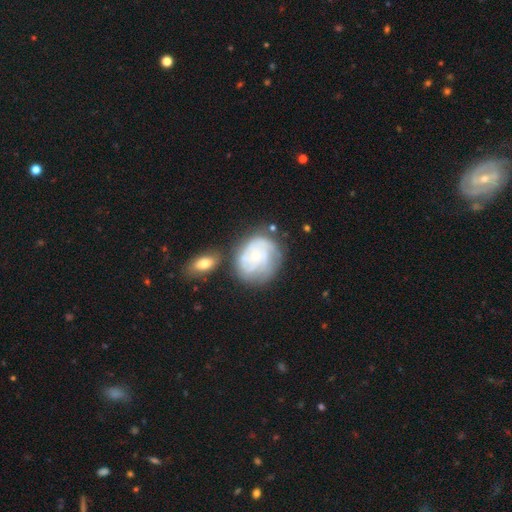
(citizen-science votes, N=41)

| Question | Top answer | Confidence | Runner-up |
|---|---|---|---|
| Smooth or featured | featured or disk | 85% | smooth (15%) |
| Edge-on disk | no | 97% | yes (3%) |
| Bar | no | 88% | weak (12%) |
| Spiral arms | yes | 94% | no (6%) |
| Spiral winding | tight | 66% | medium (19%) |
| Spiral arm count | can't tell | 53% | 4 (31%) |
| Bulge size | small | 74% | moderate (24%) |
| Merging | none | 59% | minor disturbance (24%) |